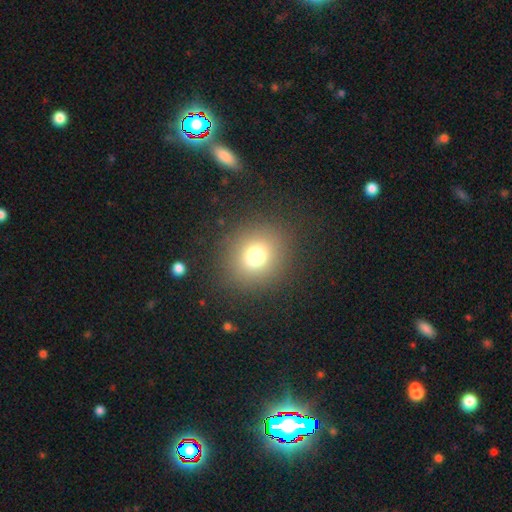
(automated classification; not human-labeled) Q: Smooth or featured?
A: smooth (73%); runner-up: star or artifact (18%)
Q: How rounded?
A: round (86%); runner-up: in between (13%)
Q: Merging?
A: none (88%); runner-up: minor disturbance (7%)